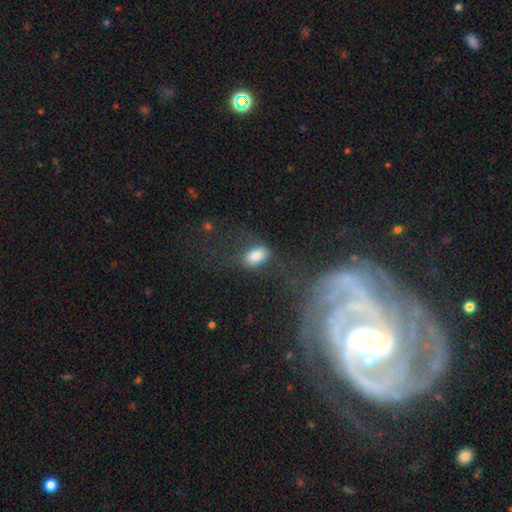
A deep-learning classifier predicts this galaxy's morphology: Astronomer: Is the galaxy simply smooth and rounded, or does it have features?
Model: smooth — 82%.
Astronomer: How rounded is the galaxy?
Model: in between — 88%.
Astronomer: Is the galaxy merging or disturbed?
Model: none — 63%.